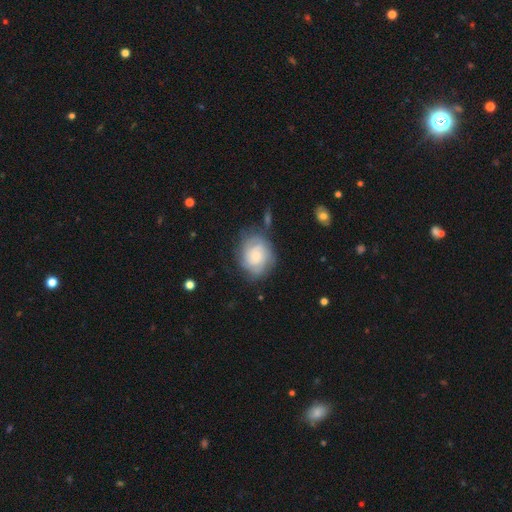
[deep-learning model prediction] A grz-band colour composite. It shows a featured or disk galaxy (64%) with no bar (72%), tight (62%) spiral arms (90%) and a small central bulge (51%). Merging: none (64%).